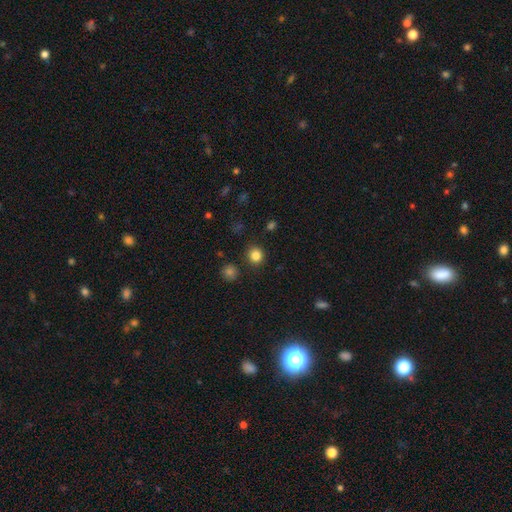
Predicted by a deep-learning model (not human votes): A smooth galaxy with no disk features (83%) that is round (90%).

Vote fractions:
- Smooth or featured? smooth: 83% / star or artifact: 12% / featured or disk: 4%
- How rounded? round: 90% / in between: 9% / cigar-shaped: 1%
- Merging? none: 89% / minor disturbance: 6% / merger: 2% / major disturbance: 2%